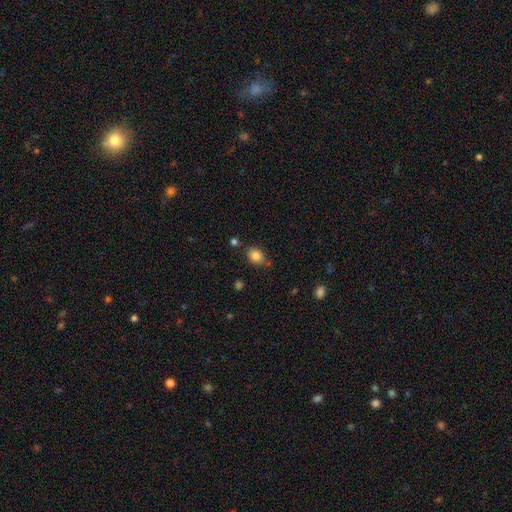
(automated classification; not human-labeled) smooth_or_featured: smooth (p=0.85) [alt: star or artifact p=0.10]
how_rounded: round (p=0.51) [alt: in between p=0.48]
merging: none (p=0.71) [alt: minor disturbance p=0.18]